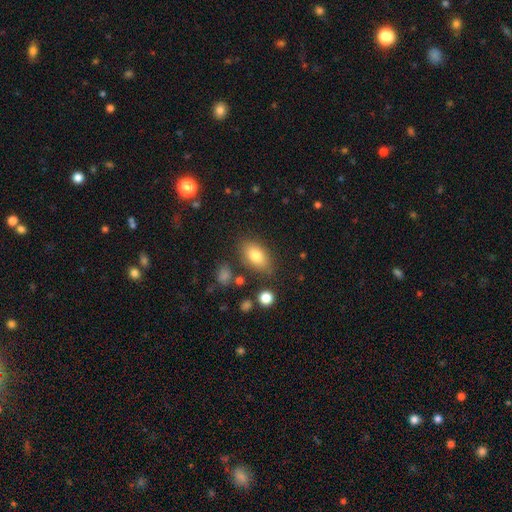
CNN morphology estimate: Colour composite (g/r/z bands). It shows a smooth galaxy with no disk features (80%) that is in between round and cigar-shaped (89%). Merging: none (77%).